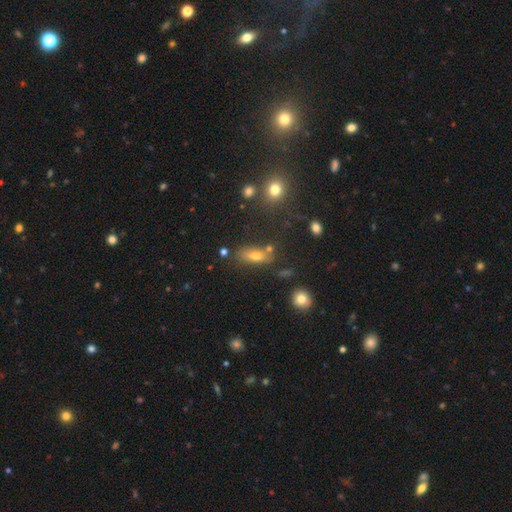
Smooth or featured? 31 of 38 (82%) said smooth. How rounded? 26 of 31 (84%) said in between. Merging? 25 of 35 (71%) said none.